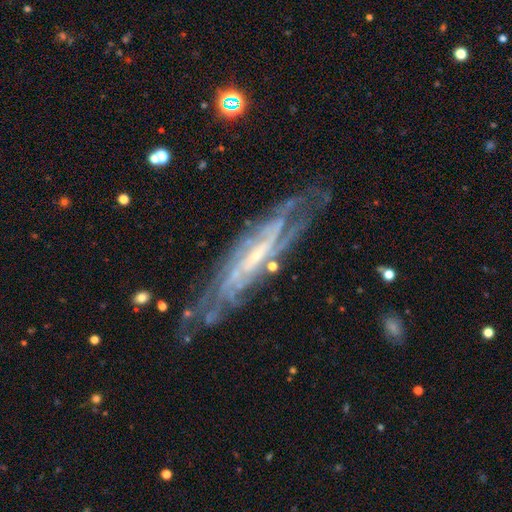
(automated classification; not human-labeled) The model was most divided on "bar": weak: 37%, no: 35%, strong: 28%. Remaining: spiral arms — yes (94%); smooth or featured — featured or disk (86%); bulge size — small (74%); merging — none (72%); edge-on disk — no (70%); spiral winding — tight (58%); spiral arm count — can't tell (44%).